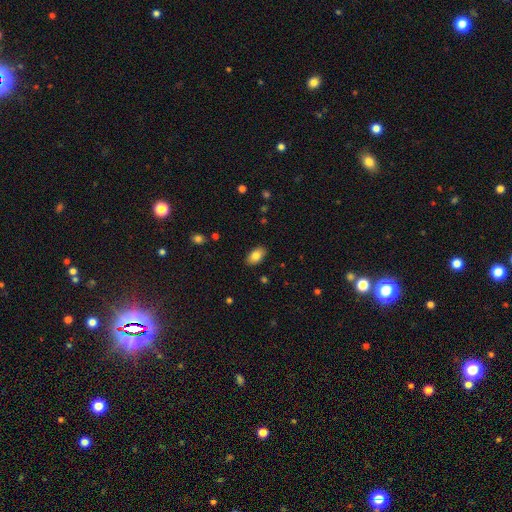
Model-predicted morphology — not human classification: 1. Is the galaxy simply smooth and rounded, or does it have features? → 82% smooth, 11% featured or disk, 7% star or artifact.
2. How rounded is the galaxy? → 92% in between, 6% round, 2% cigar-shaped.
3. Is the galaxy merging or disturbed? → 87% none, 9% minor disturbance, 2% major disturbance, 1% merger.